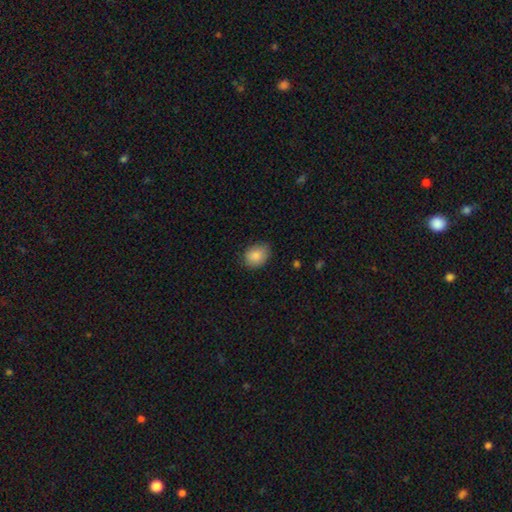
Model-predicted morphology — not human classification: smooth 86%, star or artifact 8%, featured or disk 6%. Down the decision tree: how rounded — in between (58%); merging — none (79%).